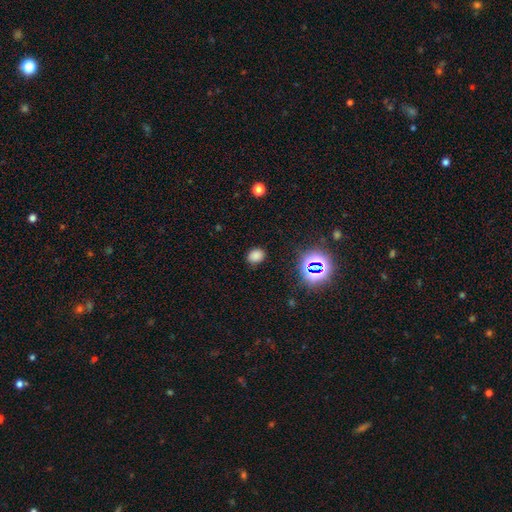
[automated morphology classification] This appears to be a smooth galaxy with no disk features (75%) that is in between round and cigar-shaped (60%). Merging: none (84%).